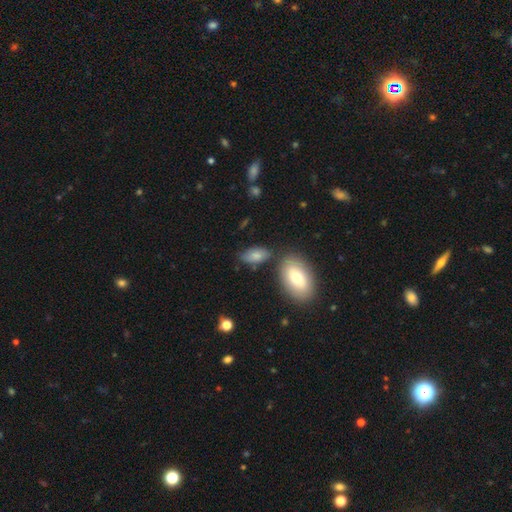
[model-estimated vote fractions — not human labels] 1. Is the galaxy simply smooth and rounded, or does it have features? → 78% smooth, 14% featured or disk, 8% star or artifact.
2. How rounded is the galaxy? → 91% in between, 4% round, 4% cigar-shaped.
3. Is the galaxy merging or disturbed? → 67% none, 17% minor disturbance, 11% merger, 5% major disturbance.